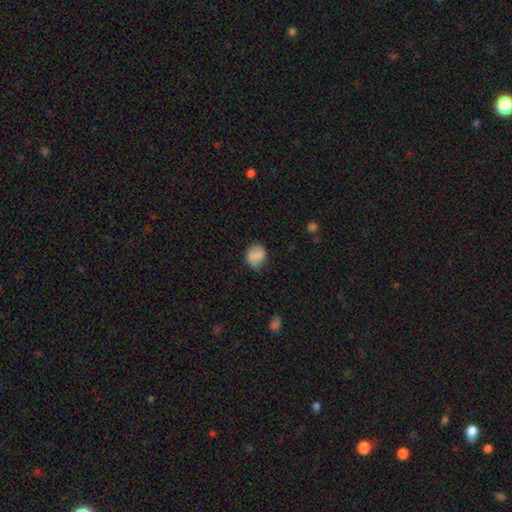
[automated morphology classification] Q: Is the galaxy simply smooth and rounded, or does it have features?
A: smooth — 80%.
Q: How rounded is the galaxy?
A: round — 66%.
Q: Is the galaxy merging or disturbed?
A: none — 69%.